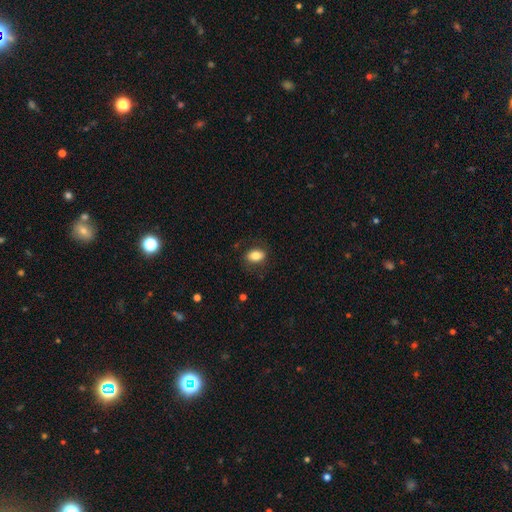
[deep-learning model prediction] This appears to be a smooth galaxy with no disk features (81%) that is in between round and cigar-shaped (83%). Merging: none (81%).